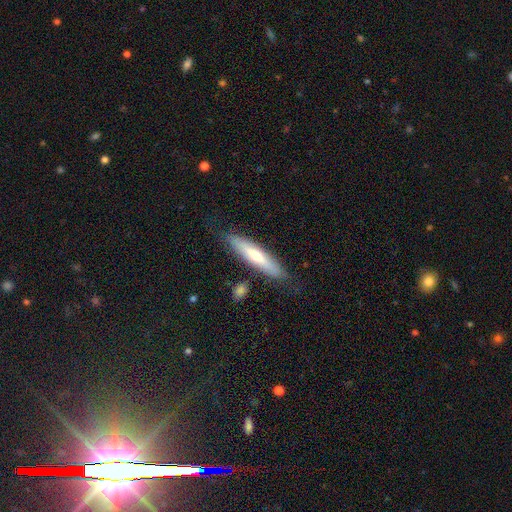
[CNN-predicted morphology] A smooth galaxy with no disk features (58%) that is cigar-shaped (81%). Merging: none (80%).